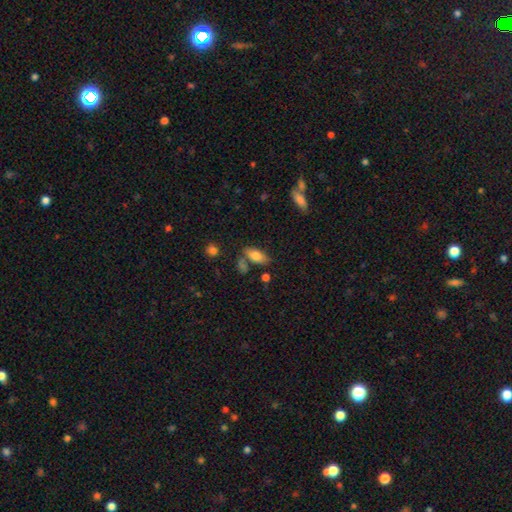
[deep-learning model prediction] Morphology: type=smooth (77%); roundness=in between (87%); merging=none (66%).